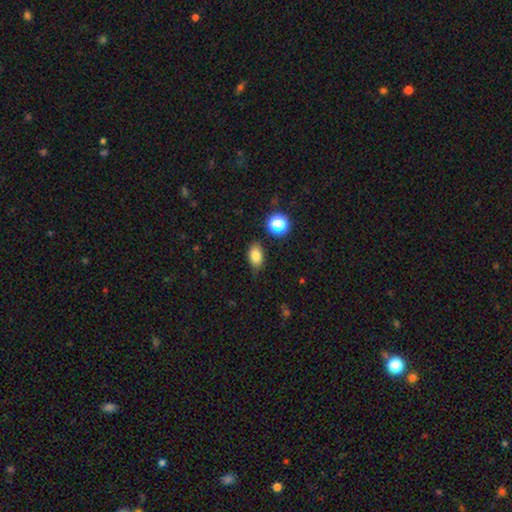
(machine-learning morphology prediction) Smooth or featured?
  - smooth: 81% *
  - star or artifact: 11%
  - featured or disk: 8%
How rounded?
  - in between: 83% *
  - round: 16%
  - cigar-shaped: 2%
Merging?
  - none: 77% *
  - minor disturbance: 17%
  - major disturbance: 3%
  - merger: 3%